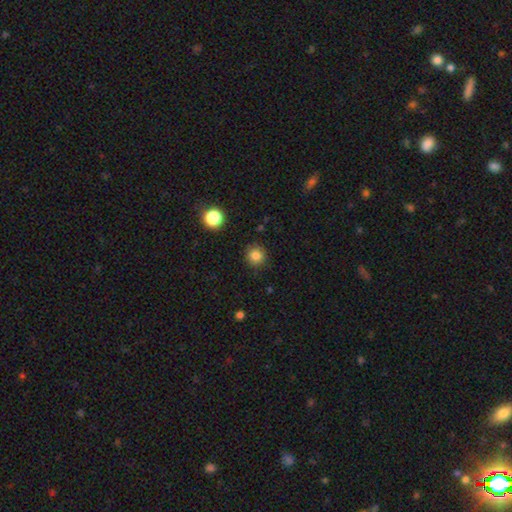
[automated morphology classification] Smooth or featured: smooth — 83% (star or artifact — 12%)
How rounded: round — 93% (in between — 6%)
Merging: none — 88% (minor disturbance — 8%)